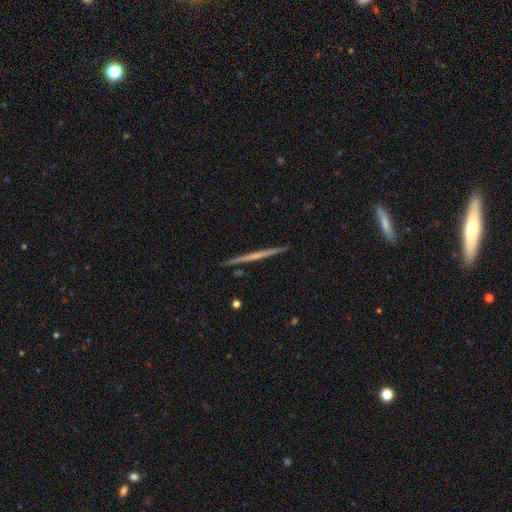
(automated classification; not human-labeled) A featured or disk galaxy (65%) viewed edge-on (98%) with no central bulge (76%).

Vote fractions:
- Smooth or featured? featured or disk: 65% / smooth: 29% / star or artifact: 5%
- Edge-on disk? yes: 98% / no: 2%
- Edge-on bulge? none: 76% / rounded: 19% / boxy: 5%
- Merging? none: 92% / minor disturbance: 5% / merger: 1% / major disturbance: 1%